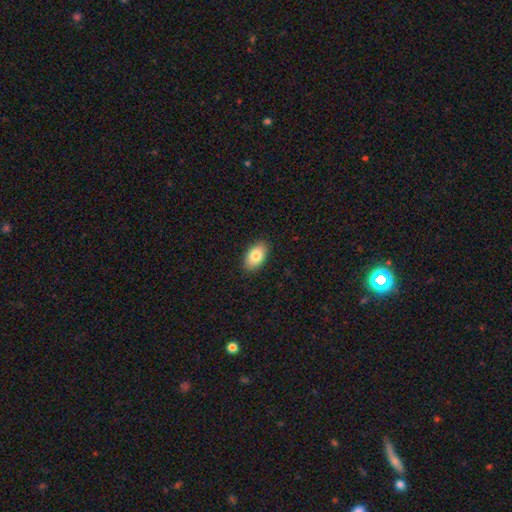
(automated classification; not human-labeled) Morphology: type=smooth (81%); roundness=in between (93%); merging=none (89%).